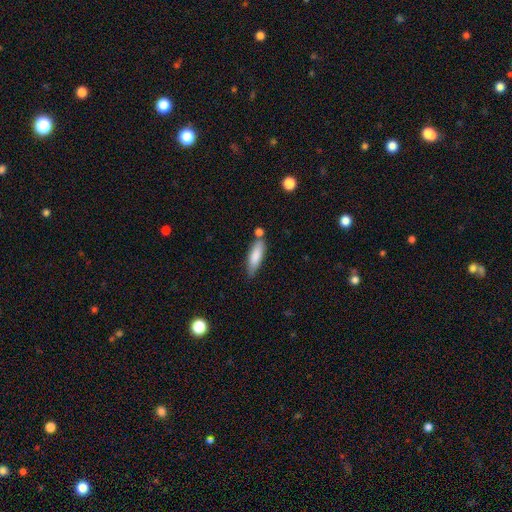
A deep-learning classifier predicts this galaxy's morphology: Overall: smooth (80%). How rounded: cigar-shaped (55%; in between 43%). Merging: none (62%).